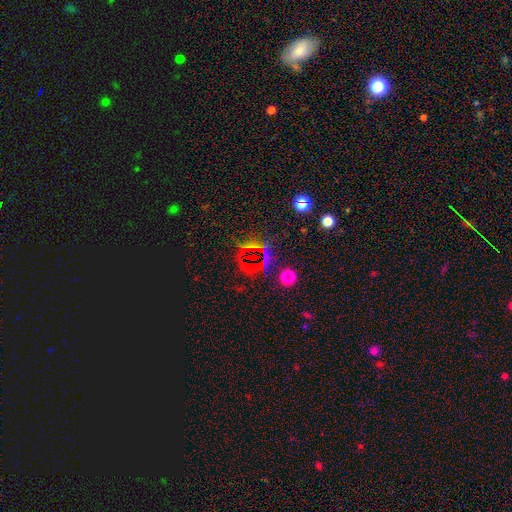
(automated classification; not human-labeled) smooth-or-featured: star or artifact: 69% | smooth: 20% | featured or disk: 10%